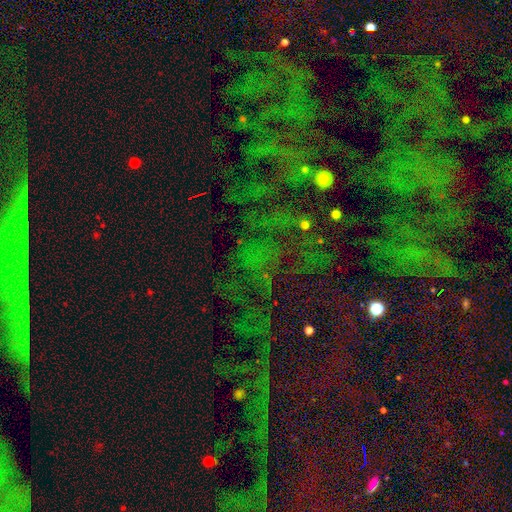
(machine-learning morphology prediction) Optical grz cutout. It shows a star or artifact, not a galaxy (76%).